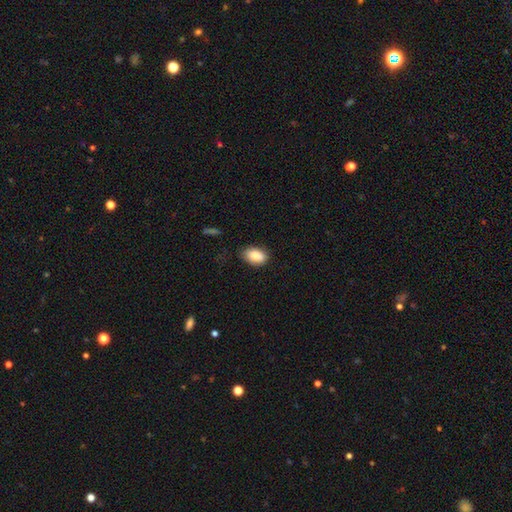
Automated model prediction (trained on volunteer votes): smooth 86%, star or artifact 7%, featured or disk 7%. Down the decision tree: how rounded — in between (89%); merging — none (79%).